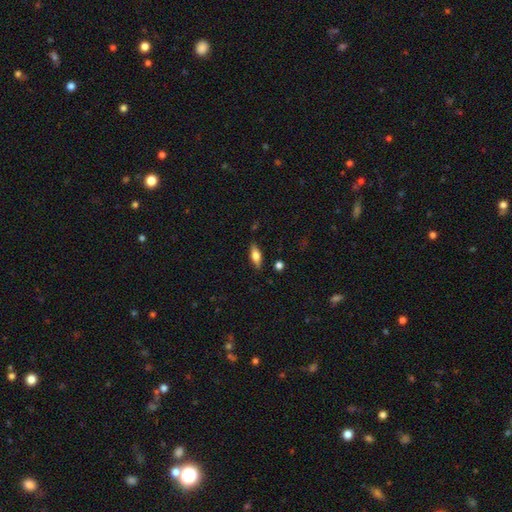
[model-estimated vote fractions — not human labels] Smooth or featured? Predicted: smooth (p=0.60). How rounded? Predicted: in between (p=0.69). Merging? Predicted: none (p=0.84).